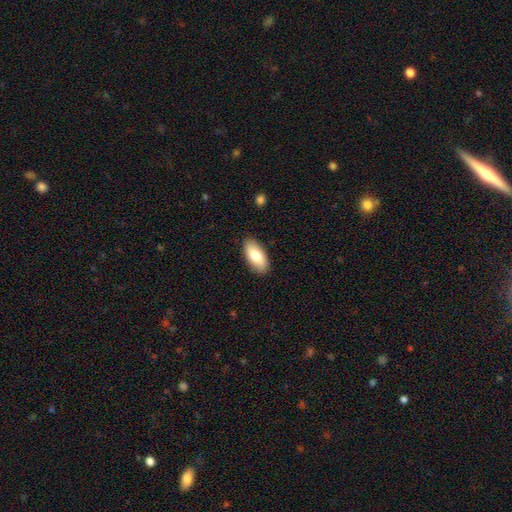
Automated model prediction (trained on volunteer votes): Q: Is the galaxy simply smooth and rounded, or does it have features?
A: smooth — 78%.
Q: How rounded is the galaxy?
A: in between — 92%.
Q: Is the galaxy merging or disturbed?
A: none — 88%.